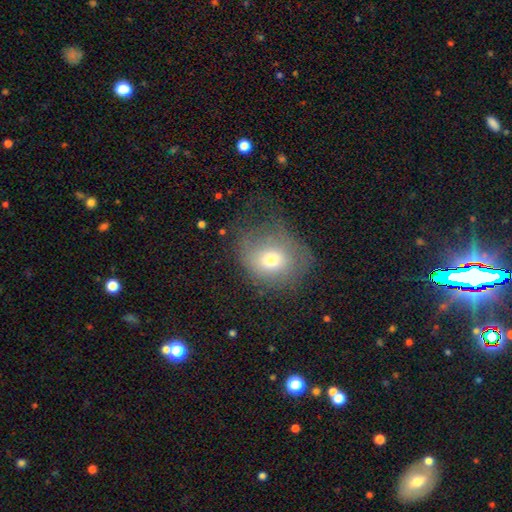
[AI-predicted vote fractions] smooth-or-featured: smooth: 58% | featured or disk: 25% | star or artifact: 17%
  how-rounded: round: 68% | in between: 31% | cigar-shaped: 1%
  merging: none: 46% | minor disturbance: 29% | major disturbance: 23% | merger: 2%